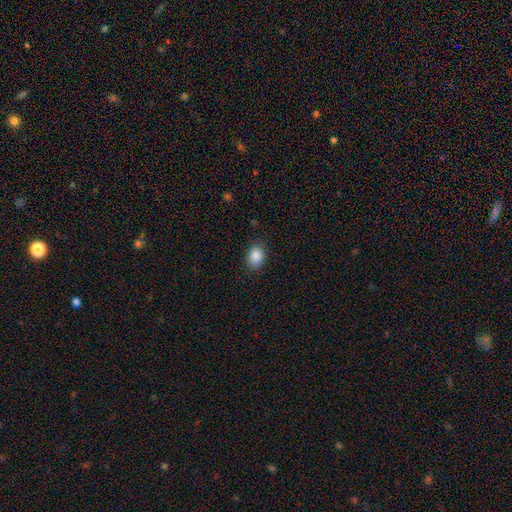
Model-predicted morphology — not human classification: Overall: smooth (87%). How rounded: in between (70%). Merging: none (86%).